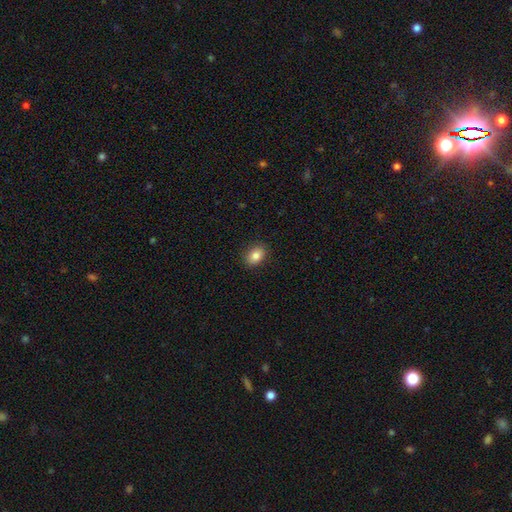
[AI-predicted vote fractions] A smooth galaxy with no disk features (84%) that is in between round and cigar-shaped (75%). Merging: none (89%).